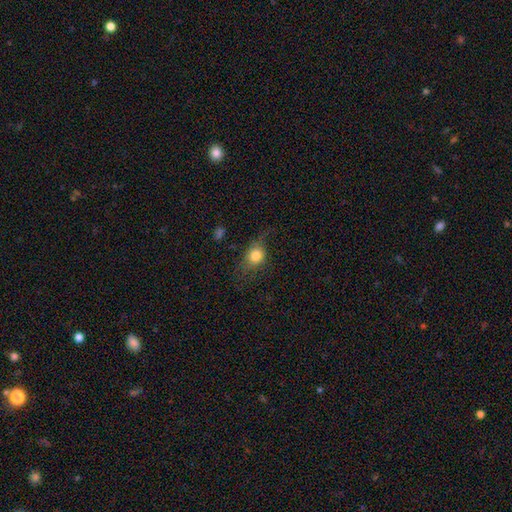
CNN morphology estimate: smooth-or-featured: smooth: 74% | featured or disk: 16% | star or artifact: 10%
  how-rounded: round: 55% | in between: 42% | cigar-shaped: 3%
  merging: none: 49% | minor disturbance: 27% | major disturbance: 22% | merger: 2%